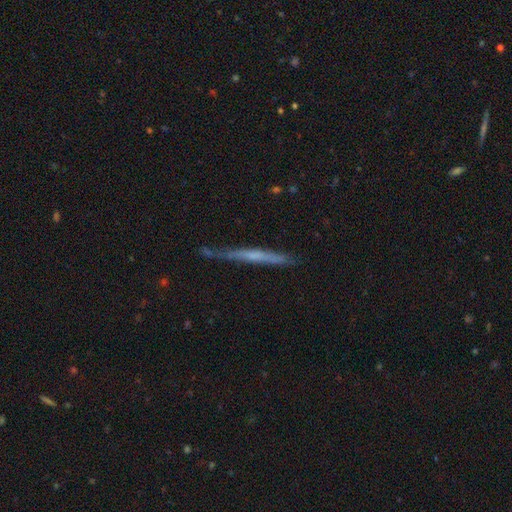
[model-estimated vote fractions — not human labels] smooth_or_featured: featured or disk (p=0.56) [alt: smooth p=0.37]
disk_edge_on: yes (p=0.95) [alt: no p=0.05]
edge_on_bulge: none (p=0.69) [alt: rounded p=0.23]
merging: none (p=0.75) [alt: minor disturbance p=0.18]